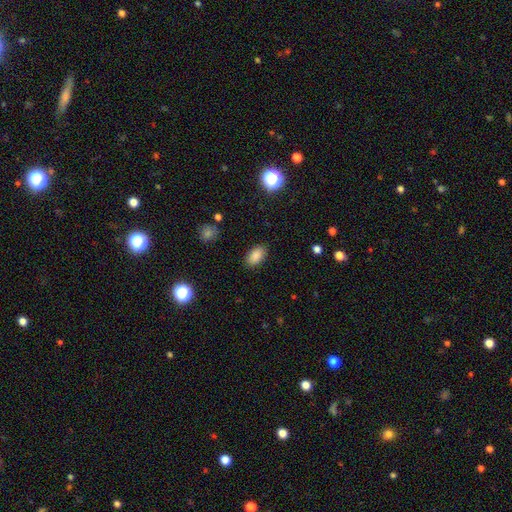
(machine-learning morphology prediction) Smooth or featured? Predicted: smooth (p=0.86). How rounded? Predicted: in between (p=0.92). Merging? Predicted: none (p=0.87).